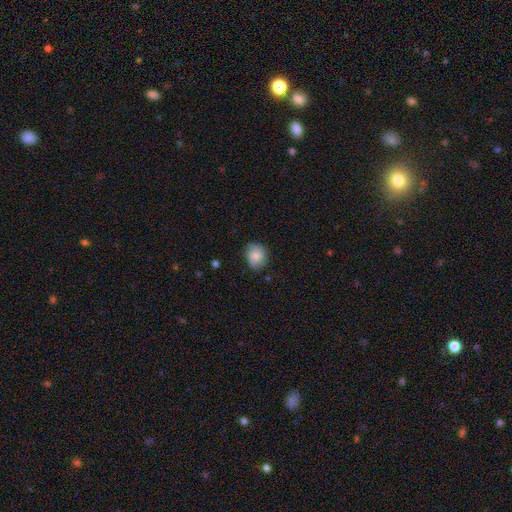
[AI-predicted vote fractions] smooth-or-featured: smooth: 73% | featured or disk: 19% | star or artifact: 8%
  how-rounded: round: 66% | in between: 33% | cigar-shaped: 1%
  merging: none: 71% | minor disturbance: 23% | major disturbance: 5% | merger: 1%